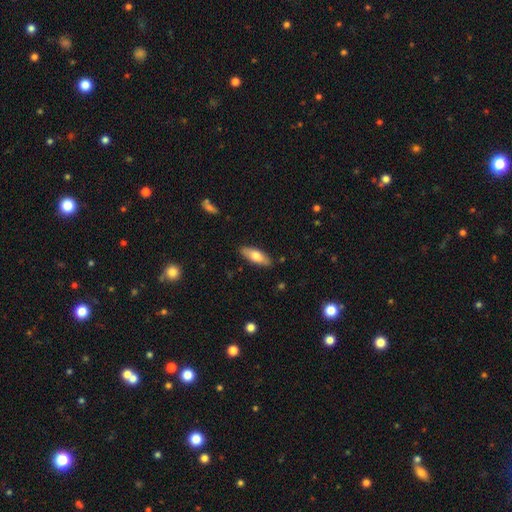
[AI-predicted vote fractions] smooth 70%, featured or disk 24%, star or artifact 6%. Down the decision tree: how rounded — in between (66%); merging — none (87%).